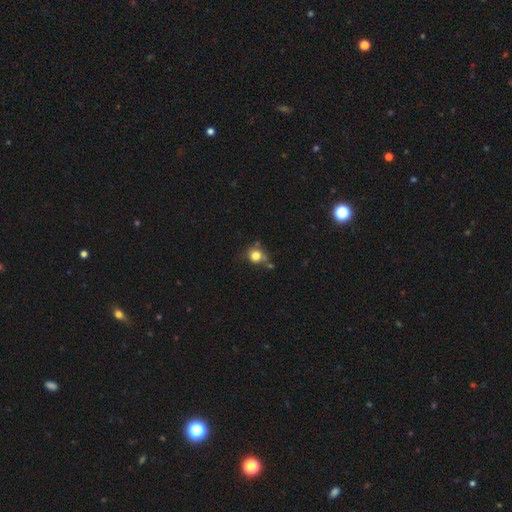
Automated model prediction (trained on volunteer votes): smooth_or_featured: smooth (p=0.77) [alt: star or artifact p=0.12]
how_rounded: round (p=0.82) [alt: in between p=0.17]
merging: none (p=0.55) [alt: minor disturbance p=0.21]